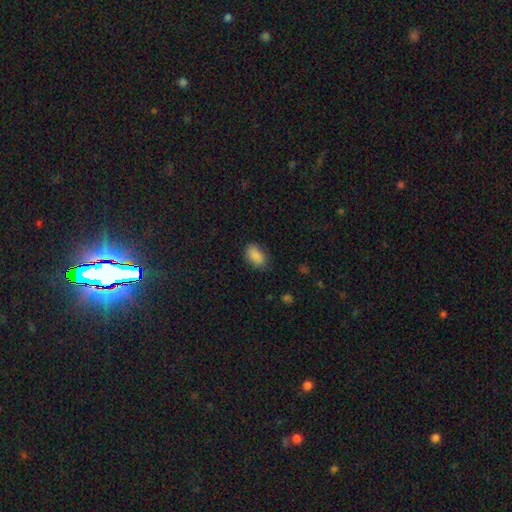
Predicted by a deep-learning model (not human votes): Smooth or featured? smooth (88%)
How rounded? in between (90%)
Merging? none (75%)